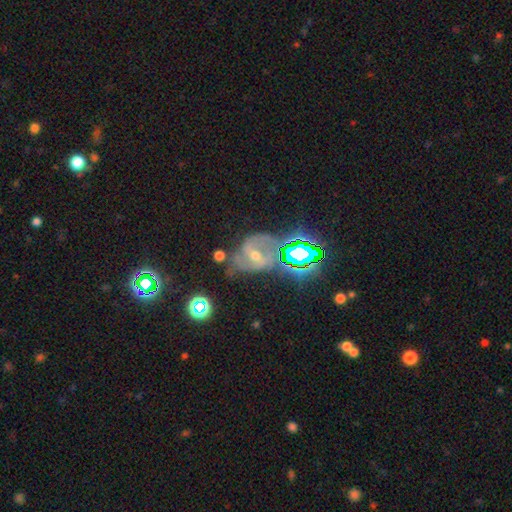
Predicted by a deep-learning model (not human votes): This appears to be a featured or disk galaxy (64%) with a weak bar (43%), 2 (64%) medium (47%) spiral arms (89%) and a moderate central bulge (53%). Merging: none (49%).